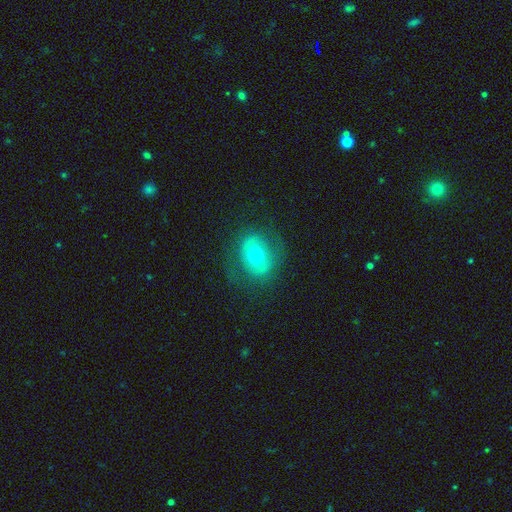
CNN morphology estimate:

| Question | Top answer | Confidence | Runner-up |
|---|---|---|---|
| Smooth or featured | smooth | 46% | featured or disk (45%) |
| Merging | none | 74% | minor disturbance (16%) |